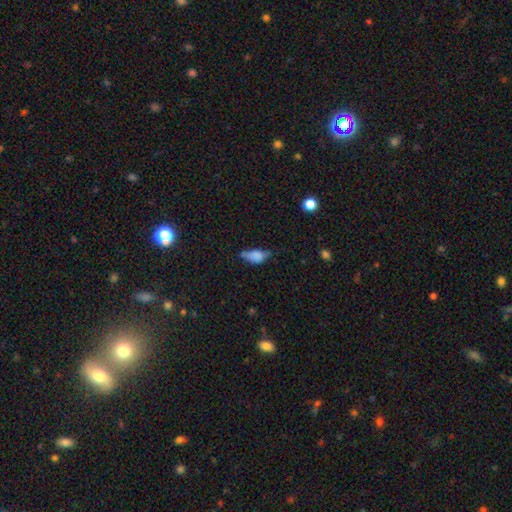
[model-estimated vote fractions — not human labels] This appears to be a smooth galaxy with no disk features (72%) that is in between round and cigar-shaped (83%). Merging: minor disturbance (41%).